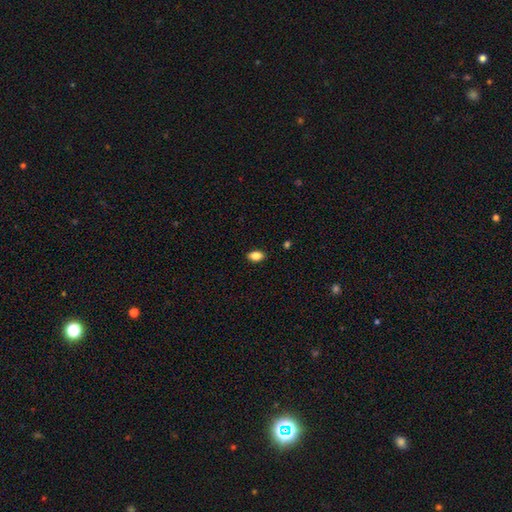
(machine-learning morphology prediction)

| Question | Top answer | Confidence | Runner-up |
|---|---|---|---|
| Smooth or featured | smooth | 86% | star or artifact (9%) |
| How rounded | in between | 87% | round (10%) |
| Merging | none | 88% | minor disturbance (9%) |